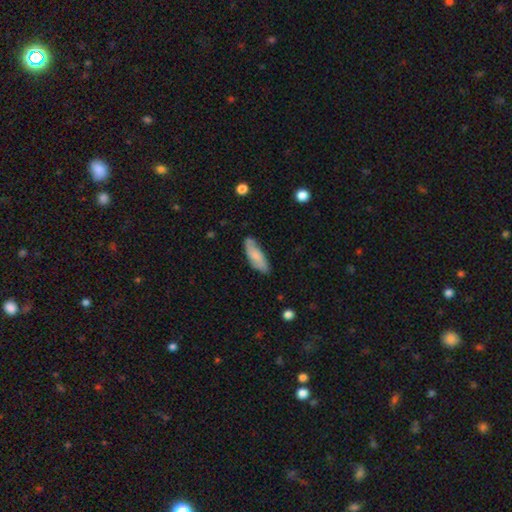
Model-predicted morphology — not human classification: smooth 70%, featured or disk 24%, star or artifact 6%. Down the decision tree: how rounded — in between (65%); merging — none (71%).